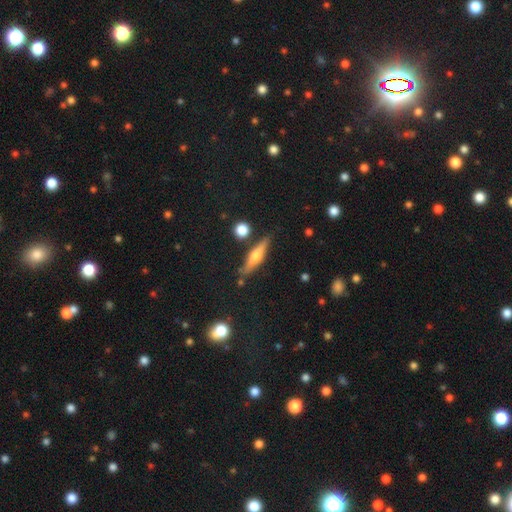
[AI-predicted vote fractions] Smooth or featured? featured or disk (53%)
Edge-on disk? yes (92%)
Merging? none (82%)